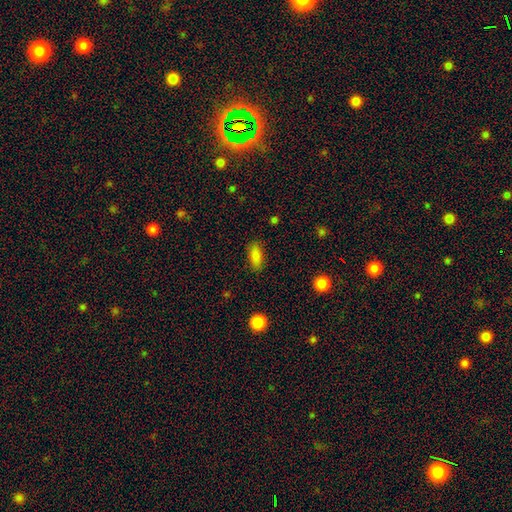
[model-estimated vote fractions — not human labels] Smooth or featured: smooth — 86% (star or artifact — 9%)
How rounded: in between — 83% (cigar-shaped — 14%)
Merging: none — 86% (minor disturbance — 10%)